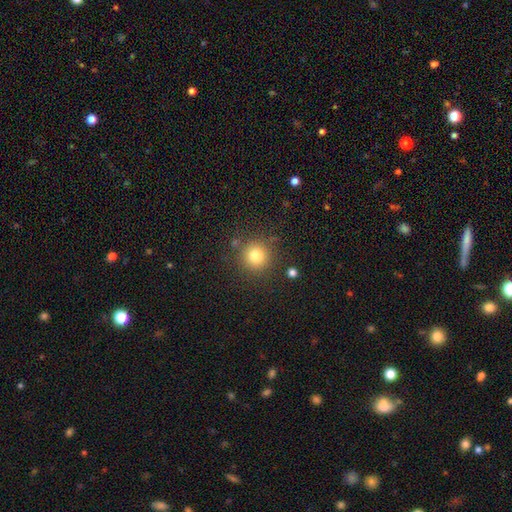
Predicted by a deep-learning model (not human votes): This appears to be a smooth galaxy with no disk features (80%) that is round (94%). Merging: none (85%).